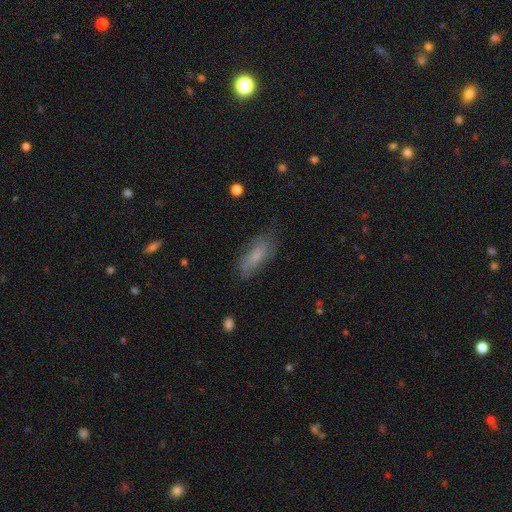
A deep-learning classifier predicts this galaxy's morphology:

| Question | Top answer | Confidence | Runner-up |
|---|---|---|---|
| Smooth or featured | smooth | 59% | featured or disk (32%) |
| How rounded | in between | 77% | cigar-shaped (20%) |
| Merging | none | 65% | minor disturbance (24%) |